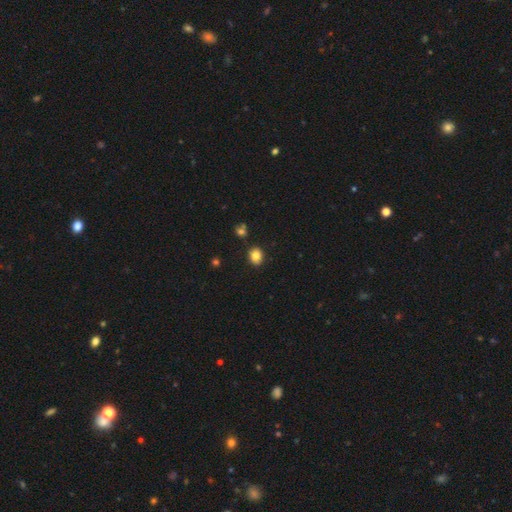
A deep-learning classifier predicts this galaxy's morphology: smooth 83%, star or artifact 11%, featured or disk 6%. Down the decision tree: how rounded — round (61%); merging — none (86%).